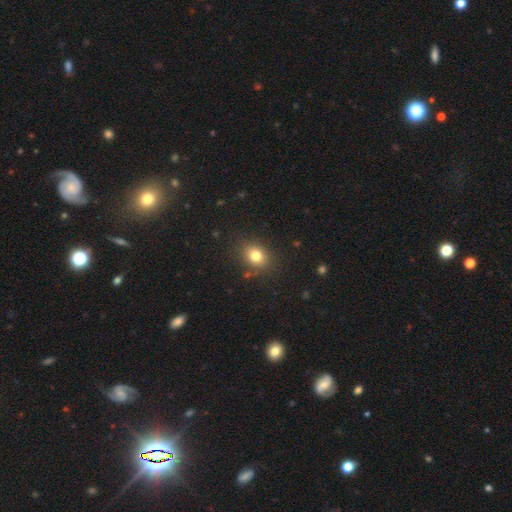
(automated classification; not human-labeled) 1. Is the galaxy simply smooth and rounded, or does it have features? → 79% smooth, 13% star or artifact, 8% featured or disk.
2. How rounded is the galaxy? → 56% round, 43% in between, 1% cigar-shaped.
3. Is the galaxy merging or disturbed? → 84% none, 11% minor disturbance, 3% major disturbance, 2% merger.